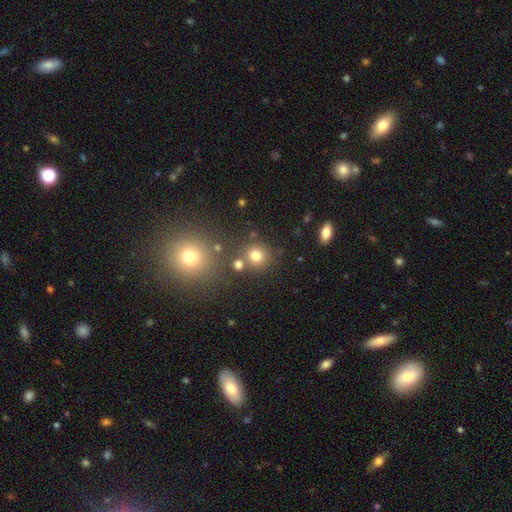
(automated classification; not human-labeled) This is likely a smooth galaxy (76%). How rounded: clearly round (91%). Merging: likely none (75%).